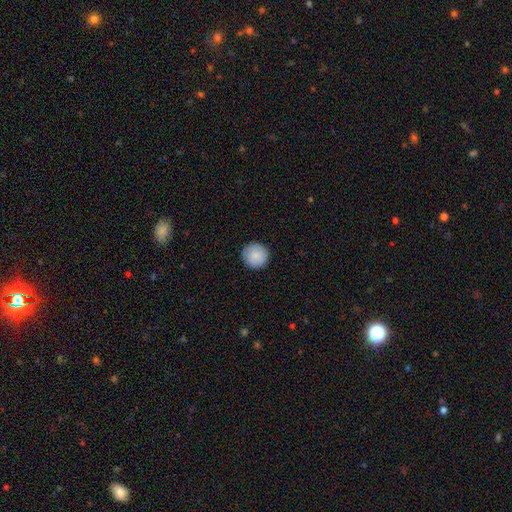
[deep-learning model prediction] Morphology: type=smooth (87%); roundness=round (96%); merging=none (90%).